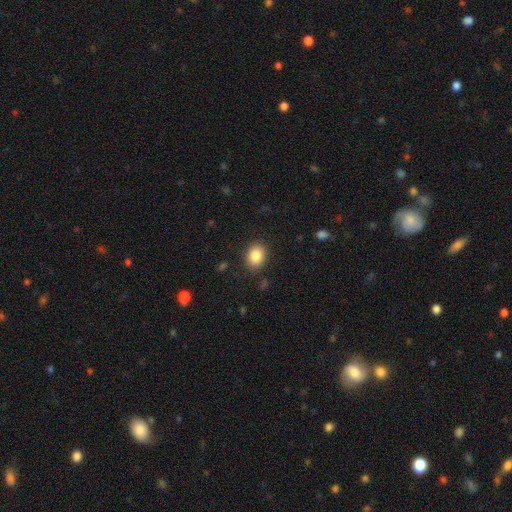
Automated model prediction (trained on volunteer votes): smooth 86%, star or artifact 9%, featured or disk 6%. Down the decision tree: how rounded — in between (57%); merging — none (86%).